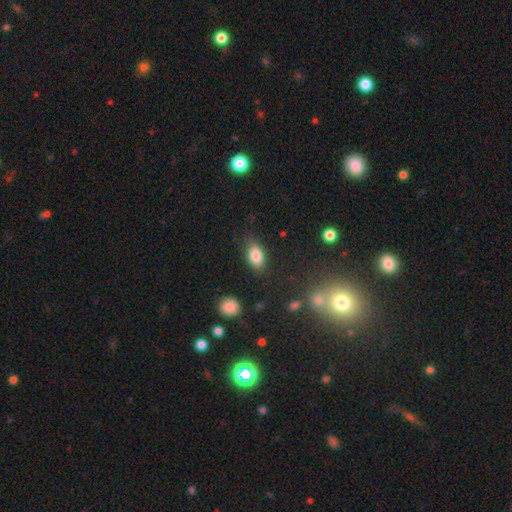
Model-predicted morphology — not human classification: smooth-or-featured: smooth: 83% | featured or disk: 9% | star or artifact: 8%
  how-rounded: in between: 88% | round: 9% | cigar-shaped: 3%
  merging: none: 78% | minor disturbance: 16% | major disturbance: 4% | merger: 2%